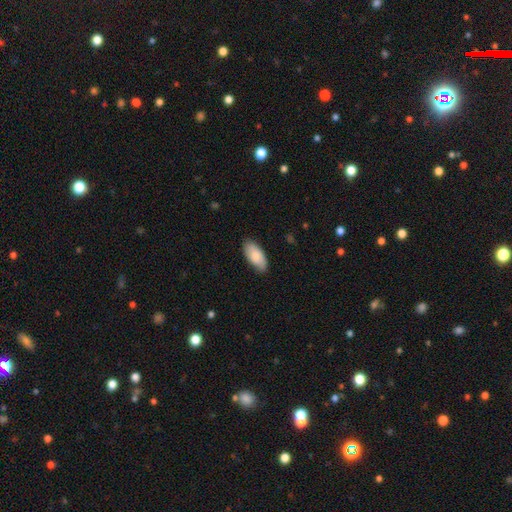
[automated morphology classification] This is clearly a smooth galaxy (81%). How rounded: clearly in between (92%). Merging: likely none (79%).